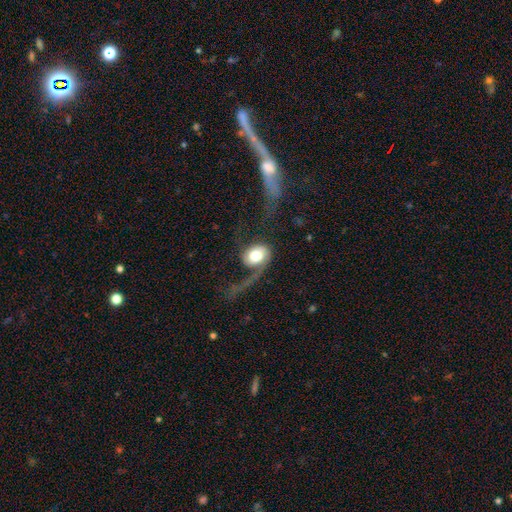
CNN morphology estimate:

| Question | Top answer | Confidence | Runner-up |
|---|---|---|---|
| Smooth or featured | featured or disk | 48% | smooth (45%) |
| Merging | major disturbance | 52% | none (27%) |